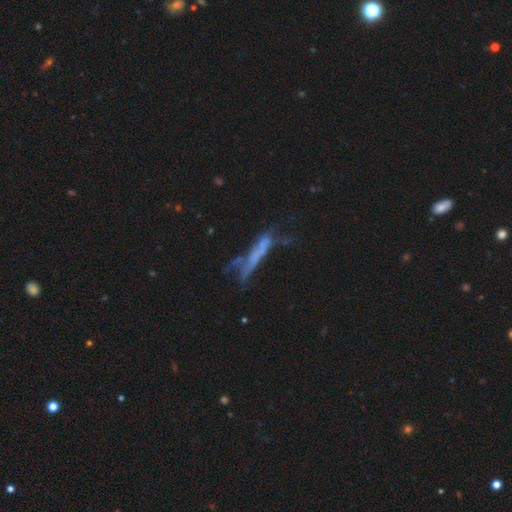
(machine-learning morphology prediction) Q: Smooth or featured?
A: featured or disk (48%); runner-up: smooth (35%)
Q: Merging?
A: none (37%); runner-up: major disturbance (29%)